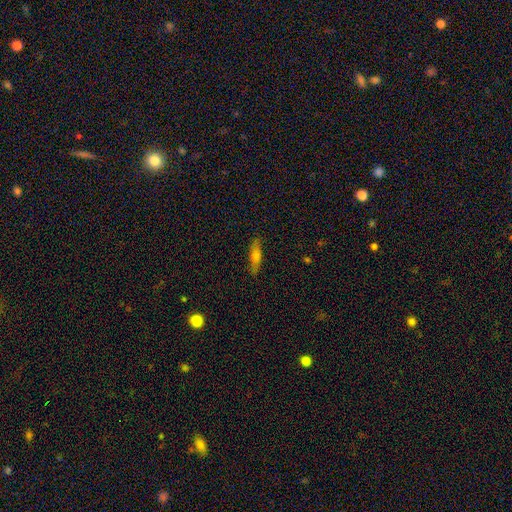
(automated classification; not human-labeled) Morphology: type=smooth (59%); roundness=cigar-shaped (68%); merging=none (87%).